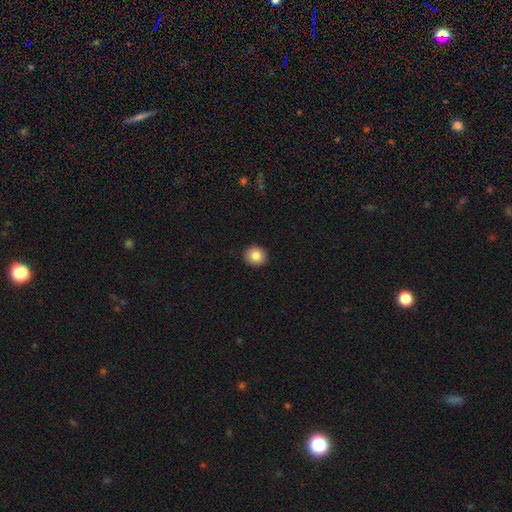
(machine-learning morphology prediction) Smooth or featured?
  - smooth: 85% *
  - star or artifact: 9%
  - featured or disk: 6%
How rounded?
  - round: 76% *
  - in between: 23%
  - cigar-shaped: 1%
Merging?
  - none: 91% *
  - minor disturbance: 6%
  - major disturbance: 2%
  - merger: 1%